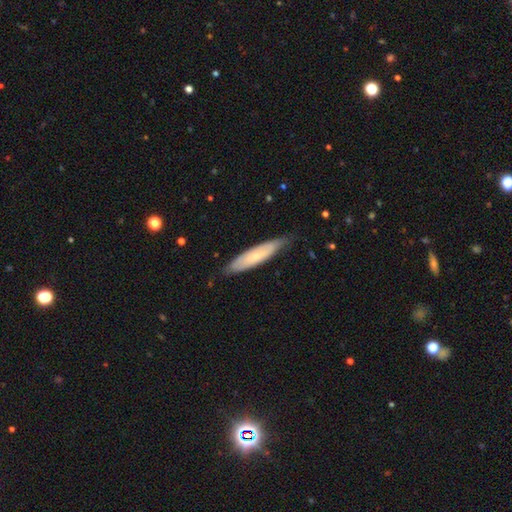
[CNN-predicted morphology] Overall: smooth (57%; featured or disk 37%). How rounded: cigar-shaped (77%). Merging: none (75%).